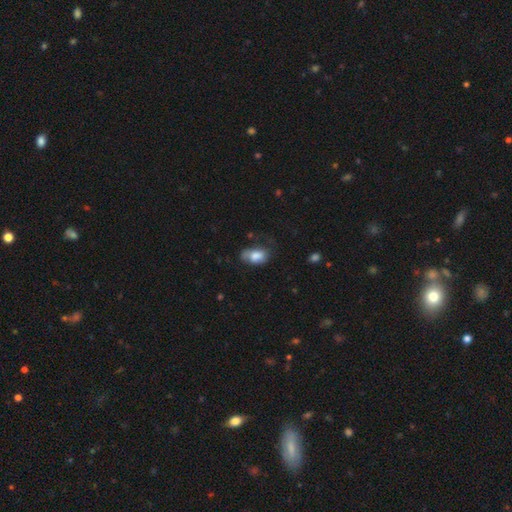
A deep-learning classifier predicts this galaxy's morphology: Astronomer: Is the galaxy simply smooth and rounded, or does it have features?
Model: smooth — 76%.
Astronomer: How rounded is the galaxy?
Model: in between — 90%.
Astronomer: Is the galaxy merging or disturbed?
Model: none — 47% (runner-up: minor disturbance, 34%).